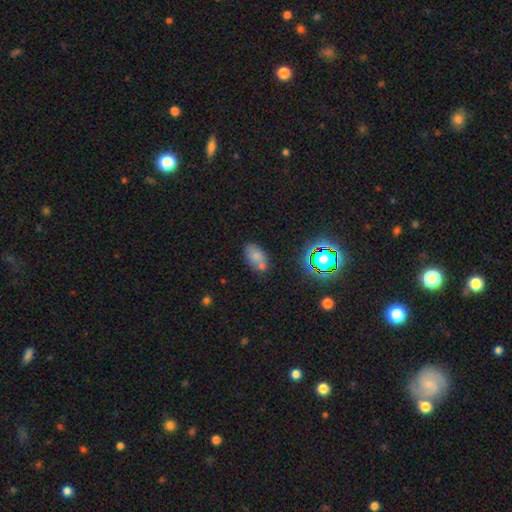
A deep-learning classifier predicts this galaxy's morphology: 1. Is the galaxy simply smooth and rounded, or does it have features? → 70% smooth, 16% star or artifact, 14% featured or disk.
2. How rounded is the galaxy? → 90% in between, 7% round, 3% cigar-shaped.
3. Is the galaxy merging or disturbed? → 59% none, 20% merger, 16% minor disturbance, 5% major disturbance.